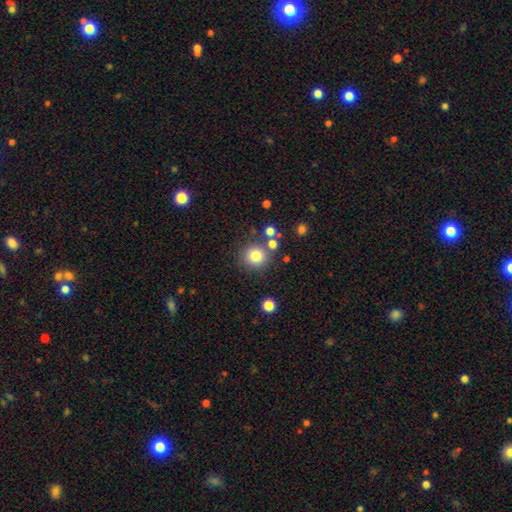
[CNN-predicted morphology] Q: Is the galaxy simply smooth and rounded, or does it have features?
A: smooth — 80%.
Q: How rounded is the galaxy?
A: round — 93%.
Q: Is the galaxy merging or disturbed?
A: none — 79%.